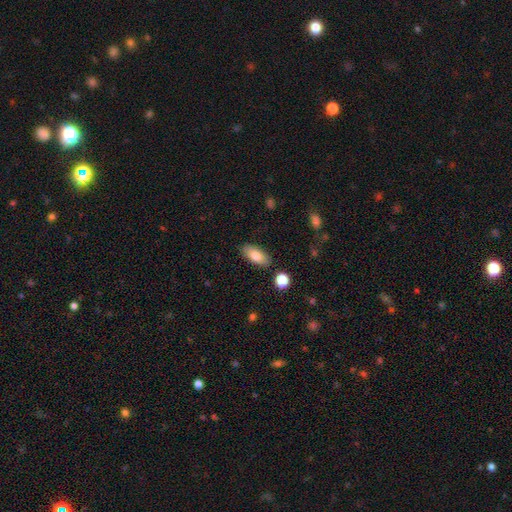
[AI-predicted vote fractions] This is likely a smooth galaxy (80%). How rounded: clearly in between (86%). Merging: clearly none (87%).